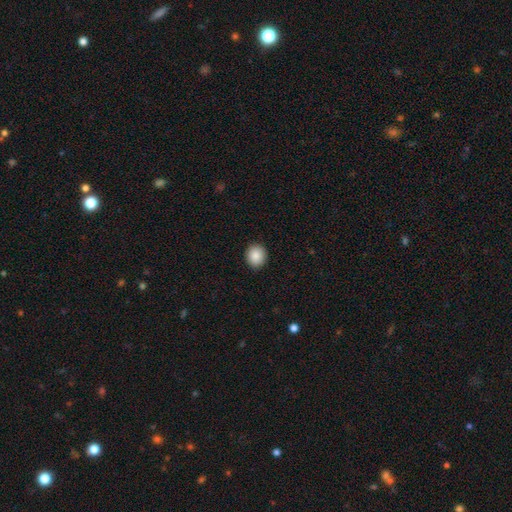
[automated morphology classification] Smooth or featured? smooth (88%)
How rounded? round (77%)
Merging? none (91%)